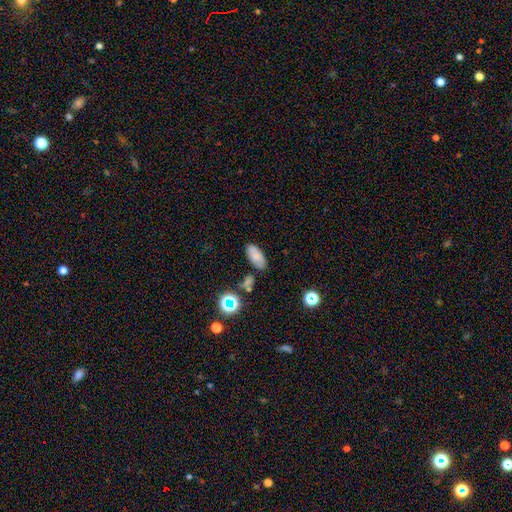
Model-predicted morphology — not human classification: smooth-or-featured: smooth: 74% | featured or disk: 13% | star or artifact: 13%
  how-rounded: in between: 90% | cigar-shaped: 6% | round: 4%
  merging: none: 75% | minor disturbance: 15% | merger: 6% | major disturbance: 4%